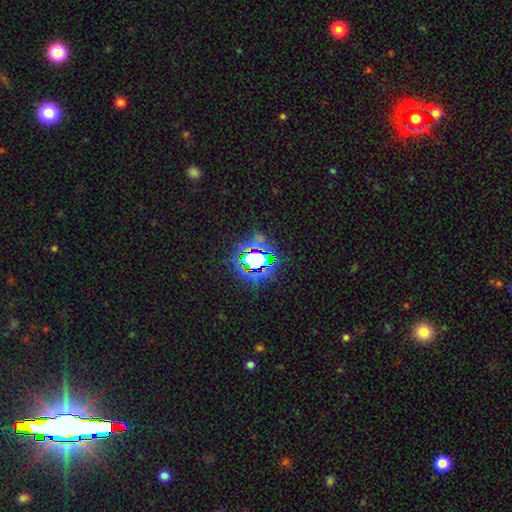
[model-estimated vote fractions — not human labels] Morphology: type=star or artifact (66%).